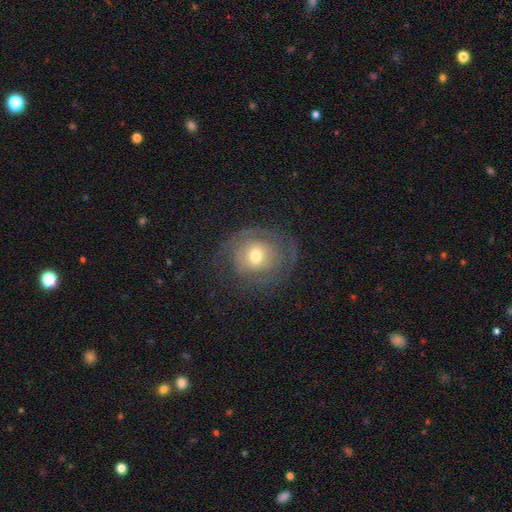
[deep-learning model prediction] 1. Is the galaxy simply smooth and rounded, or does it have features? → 47% featured or disk, 43% smooth, 10% star or artifact.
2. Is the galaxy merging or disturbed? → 65% none, 19% minor disturbance, 15% major disturbance, 1% merger.